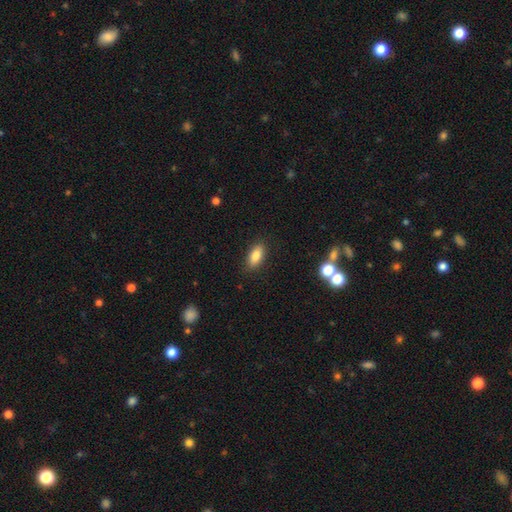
Smooth or featured? smooth (92%)
How rounded? in between (83%)
Merging? none (95%)